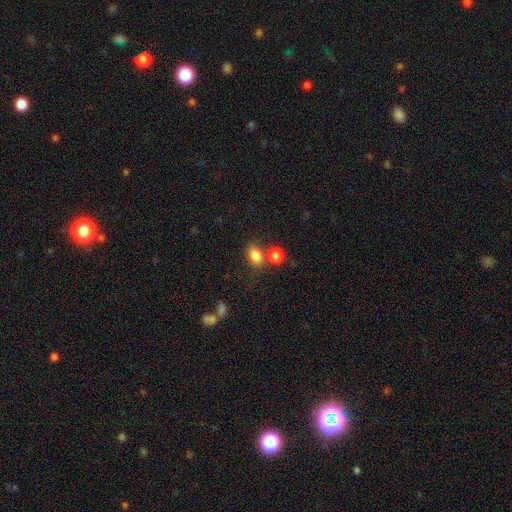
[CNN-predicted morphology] A smooth galaxy with no disk features (83%) that is in between round and cigar-shaped (74%). Merging: none (61%).